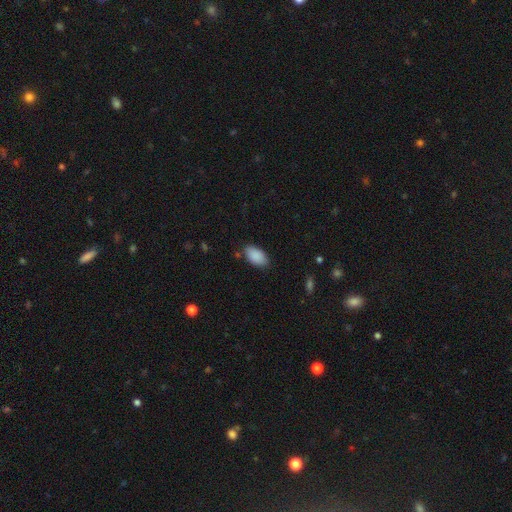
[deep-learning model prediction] Smooth or featured?
  - smooth: 90% *
  - star or artifact: 7%
  - featured or disk: 4%
How rounded?
  - in between: 94% *
  - round: 4%
  - cigar-shaped: 2%
Merging?
  - none: 82% *
  - minor disturbance: 13%
  - major disturbance: 3%
  - merger: 2%